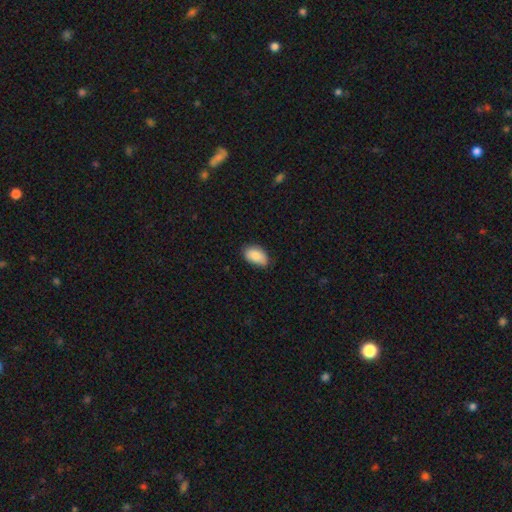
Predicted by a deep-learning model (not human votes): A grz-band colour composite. It shows a smooth galaxy with no disk features (87%) that is in between round and cigar-shaped (93%). Merging: none (71%).